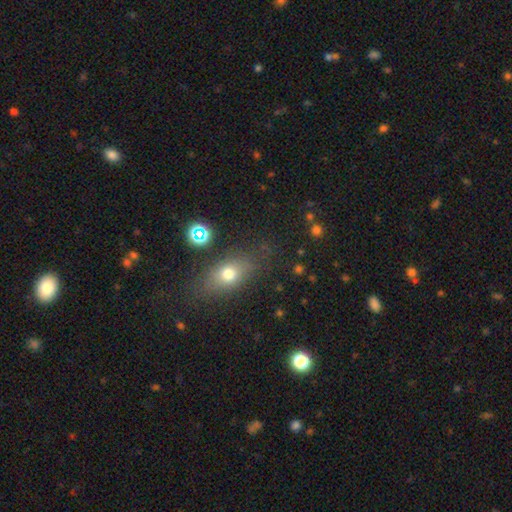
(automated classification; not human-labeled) Smooth or featured? Predicted: smooth (p=0.58). How rounded? Predicted: in between (p=0.67). Merging? Predicted: none (p=0.80).